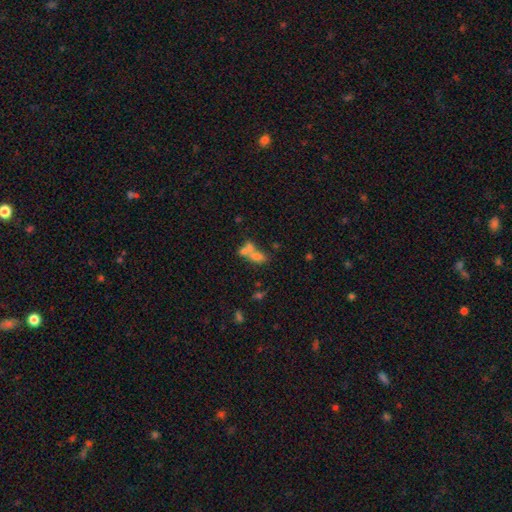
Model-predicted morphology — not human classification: type=smooth (55%); roundness=in between (63%); merging=merger (61%).